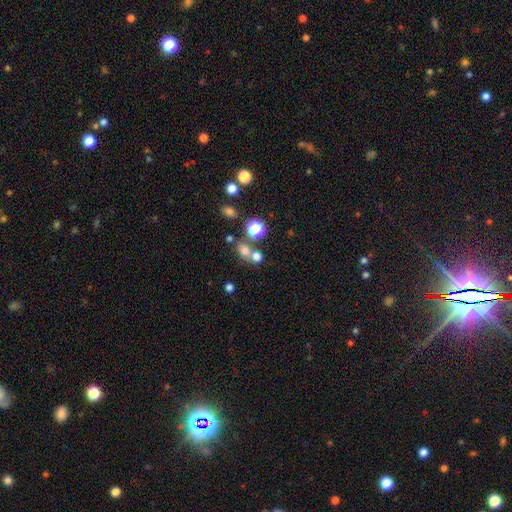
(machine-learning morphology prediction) A smooth galaxy with no disk features (68%) that is round (68%).

Vote fractions:
- Smooth or featured? smooth: 68% / star or artifact: 21% / featured or disk: 10%
- How rounded? round: 68% / in between: 30% / cigar-shaped: 2%
- Merging? none: 50% / merger: 37% / minor disturbance: 8% / major disturbance: 4%